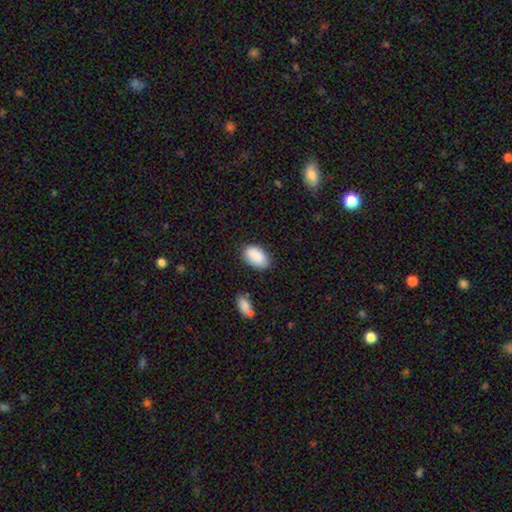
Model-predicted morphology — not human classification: The model was most divided on "merging": none: 79%, minor disturbance: 16%, major disturbance: 3%, merger: 2%. More confident: how rounded — in between (93%); smooth or featured — smooth (89%).